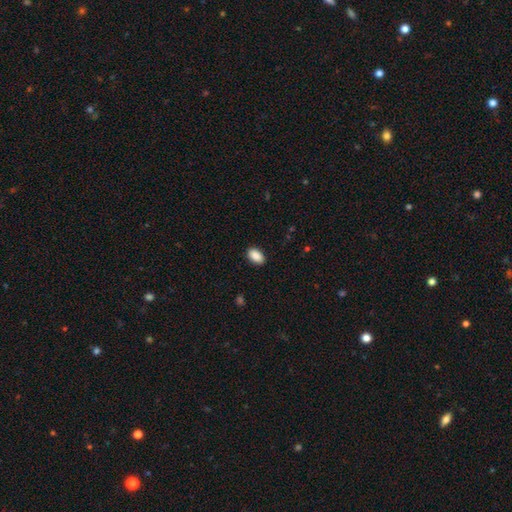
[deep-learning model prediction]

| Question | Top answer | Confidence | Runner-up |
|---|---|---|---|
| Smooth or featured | smooth | 90% | star or artifact (7%) |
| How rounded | in between | 93% | round (6%) |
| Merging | none | 89% | minor disturbance (8%) |